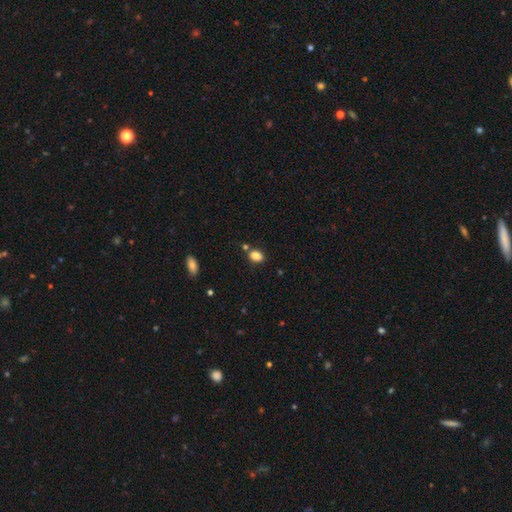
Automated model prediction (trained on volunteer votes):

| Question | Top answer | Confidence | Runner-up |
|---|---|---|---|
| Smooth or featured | smooth | 83% | star or artifact (11%) |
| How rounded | in between | 72% | round (26%) |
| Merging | none | 72% | minor disturbance (13%) |